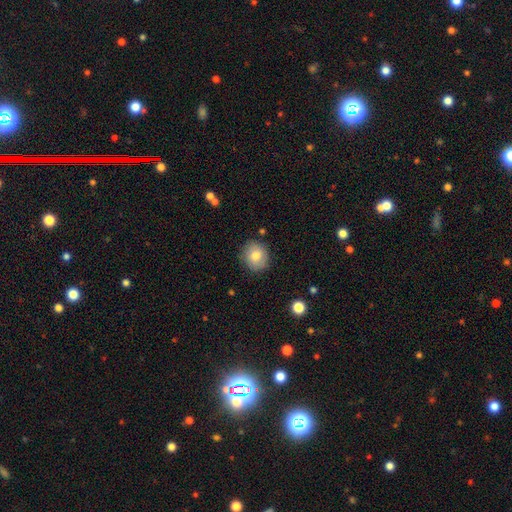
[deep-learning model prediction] Smooth or featured? smooth (78%)
How rounded? round (81%)
Merging? none (85%)